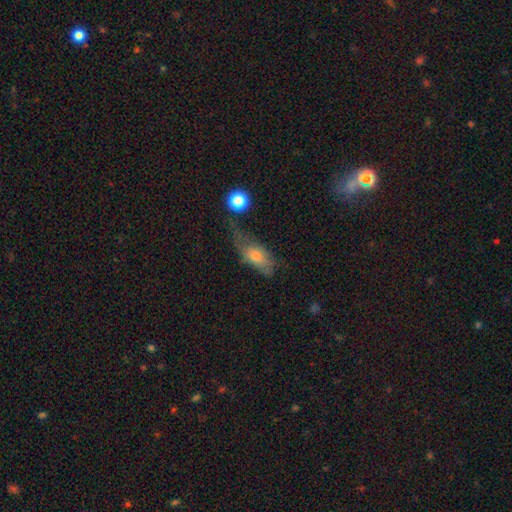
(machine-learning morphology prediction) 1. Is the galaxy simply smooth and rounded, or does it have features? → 64% smooth, 25% featured or disk, 10% star or artifact.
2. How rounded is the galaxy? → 75% in between, 17% cigar-shaped, 8% round.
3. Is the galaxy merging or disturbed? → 37% none, 32% minor disturbance, 25% major disturbance, 5% merger.